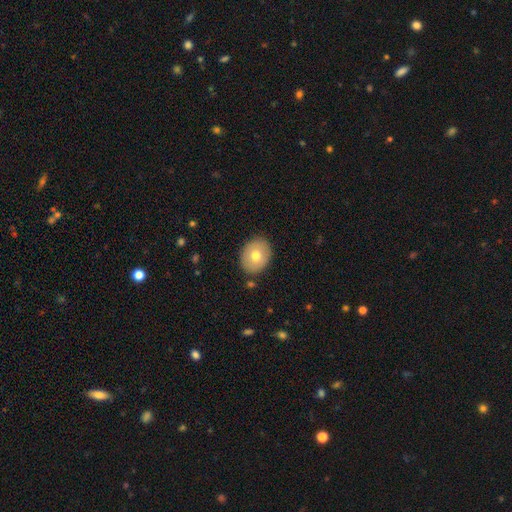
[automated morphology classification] A smooth galaxy with no disk features (70%) that is round (52%).

Vote fractions:
- Smooth or featured? smooth: 70% / featured or disk: 22% / star or artifact: 8%
- How rounded? round: 52% / in between: 47% / cigar-shaped: 1%
- Merging? none: 86% / minor disturbance: 10% / major disturbance: 2% / merger: 2%